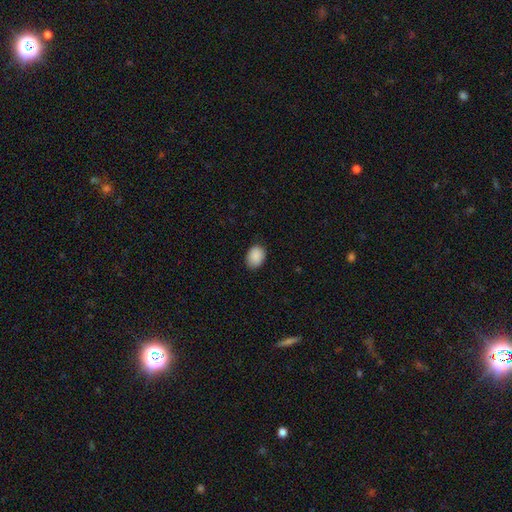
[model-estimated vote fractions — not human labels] Smooth or featured? smooth (89%)
How rounded? in between (64%)
Merging? none (84%)